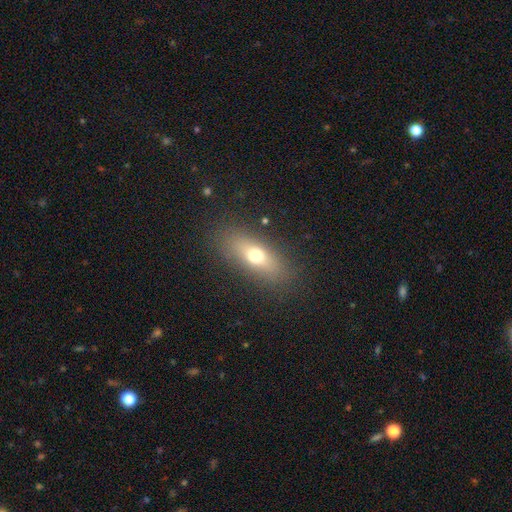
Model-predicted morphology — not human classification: Overall: smooth (64%; featured or disk 24%). How rounded: in between (64%; cigar-shaped 28%). Merging: none (84%).